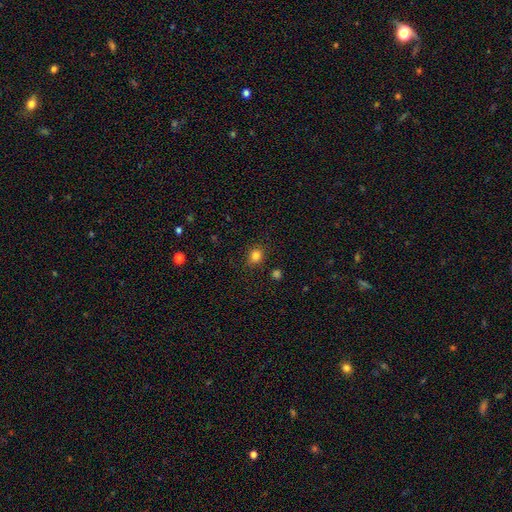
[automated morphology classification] Smooth or featured? Predicted: smooth (p=0.83). How rounded? Predicted: round (p=0.70). Merging? Predicted: none (p=0.84).